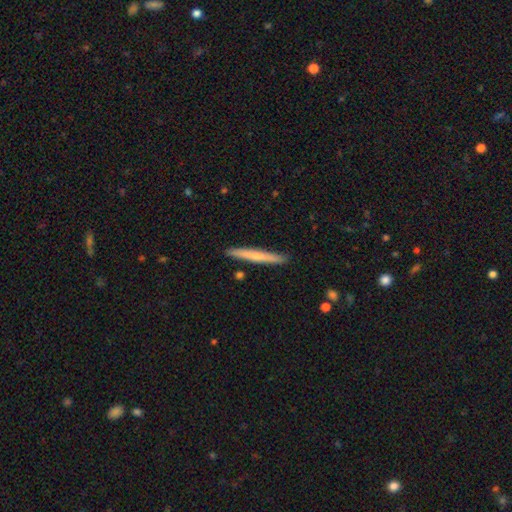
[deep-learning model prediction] This appears to be a smooth galaxy with no disk features (58%) that is cigar-shaped (96%). Merging: none (91%).